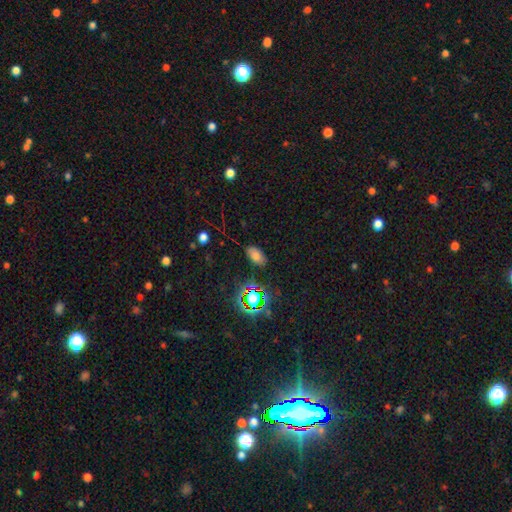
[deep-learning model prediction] Smooth or featured?
  - smooth: 68% *
  - star or artifact: 22%
  - featured or disk: 9%
How rounded?
  - in between: 90% *
  - round: 7%
  - cigar-shaped: 3%
Merging?
  - none: 82% *
  - minor disturbance: 12%
  - major disturbance: 3%
  - merger: 2%